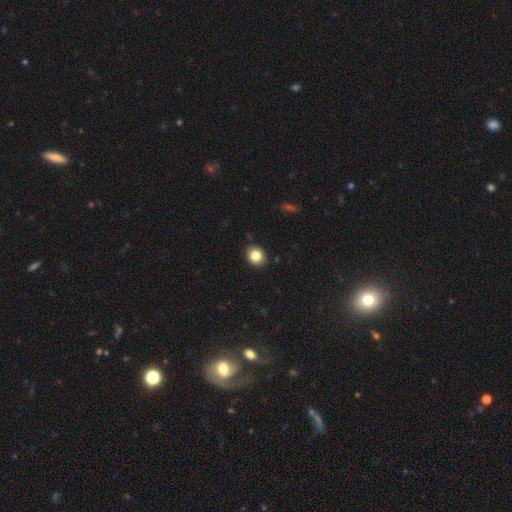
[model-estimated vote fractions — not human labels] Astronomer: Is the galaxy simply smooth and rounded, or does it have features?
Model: smooth — 84%.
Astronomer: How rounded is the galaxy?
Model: round — 70%.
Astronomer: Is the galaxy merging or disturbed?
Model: none — 90%.